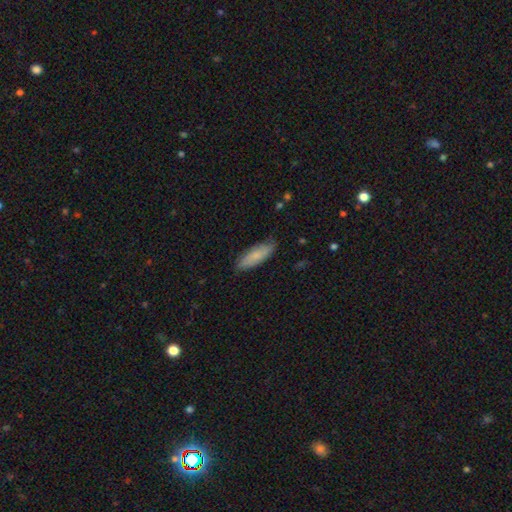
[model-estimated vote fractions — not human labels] The model was most divided on "how rounded": in between: 53%, cigar-shaped: 45%, round: 2%. More confident: merging — none (82%); smooth or featured — smooth (79%).